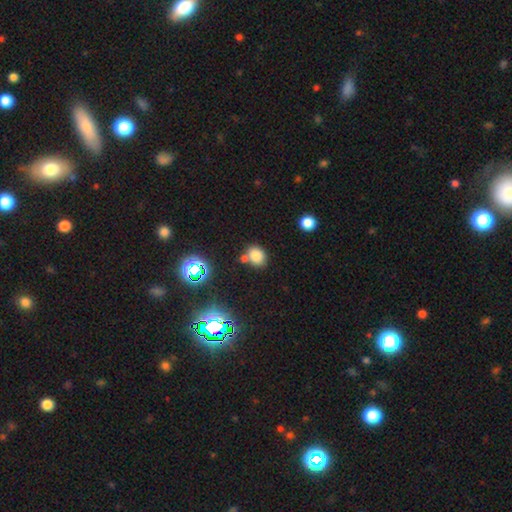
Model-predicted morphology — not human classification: type=smooth (78%); roundness=round (53%); merging=none (66%).